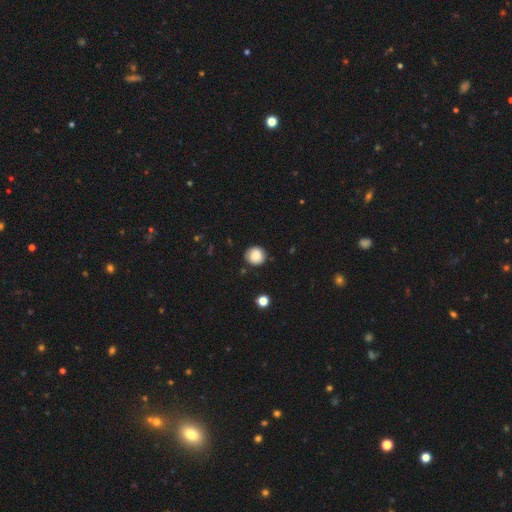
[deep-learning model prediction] The model was most divided on "merging": none: 85%, minor disturbance: 11%, major disturbance: 2%, merger: 2%. More confident: how rounded — round (92%); smooth or featured — smooth (85%).